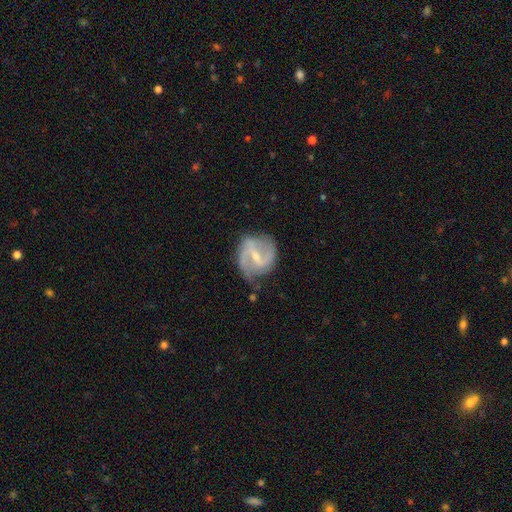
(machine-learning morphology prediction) Smooth or featured? featured or disk (86%)
Edge-on disk? no (98%)
Bar? weak (51%)
Spiral arms? yes (95%)
Spiral winding? medium (52%)
Spiral arm count? 2 (84%)
Bulge size? small (63%)
Merging? none (63%)